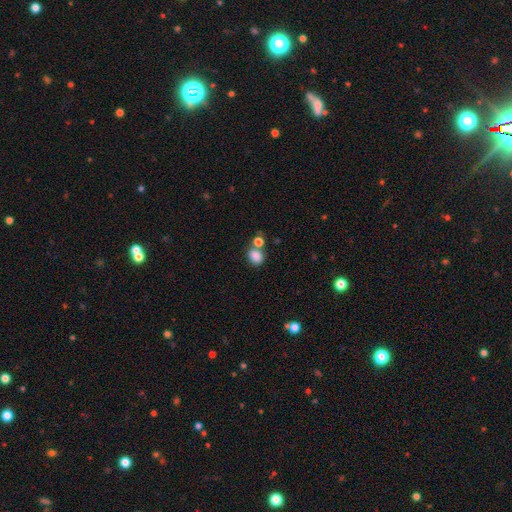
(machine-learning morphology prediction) This appears to be a smooth galaxy with no disk features (84%) that is in between round and cigar-shaped (56%). Merging: none (52%).